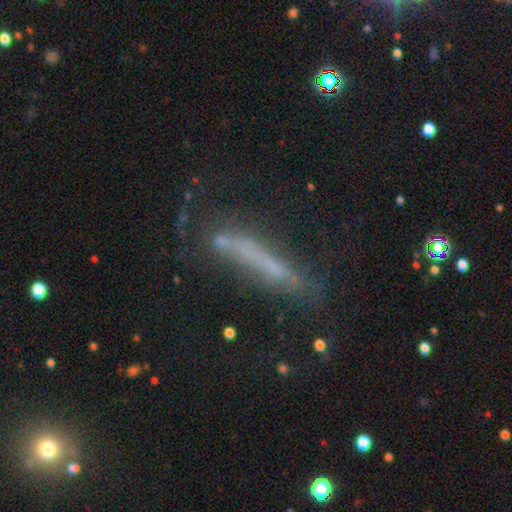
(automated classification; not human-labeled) Smooth or featured? Predicted: featured or disk (p=0.44). Merging? Predicted: none (p=0.54).